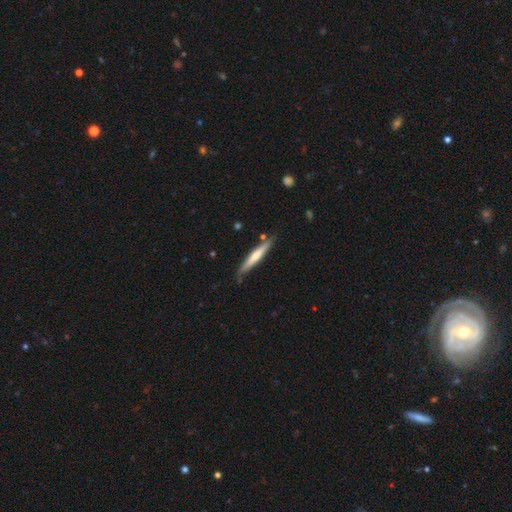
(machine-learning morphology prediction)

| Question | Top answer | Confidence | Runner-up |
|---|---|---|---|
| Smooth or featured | smooth | 52% | featured or disk (43%) |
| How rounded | cigar-shaped | 94% | in between (5%) |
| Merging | none | 81% | minor disturbance (13%) |